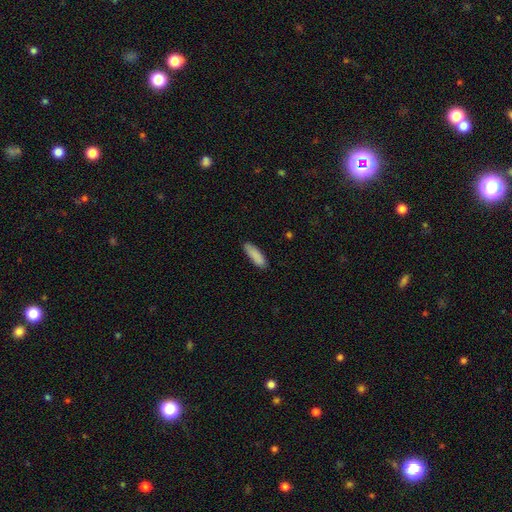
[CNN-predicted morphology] smooth 88%, star or artifact 6%, featured or disk 6%. Down the decision tree: how rounded — cigar-shaped (51%); merging — none (85%).